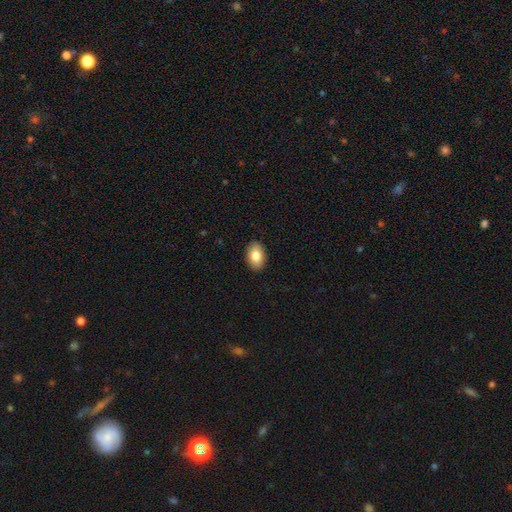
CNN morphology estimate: This appears to be a smooth galaxy with no disk features (84%) that is in between round and cigar-shaped (88%). Merging: none (90%).